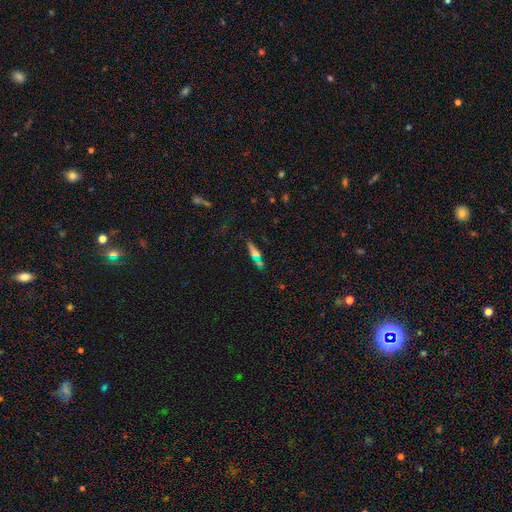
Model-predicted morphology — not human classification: smooth 43%, featured or disk 40%, star or artifact 17%. Down the decision tree: merging — none (55%).